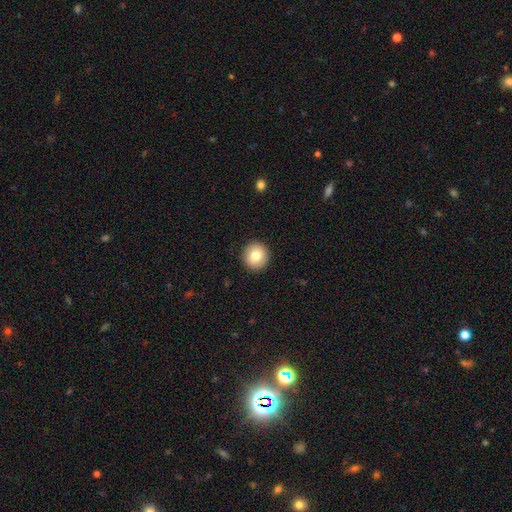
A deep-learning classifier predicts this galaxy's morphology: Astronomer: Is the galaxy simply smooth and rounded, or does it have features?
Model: smooth — 81%.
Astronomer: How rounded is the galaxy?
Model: round — 92%.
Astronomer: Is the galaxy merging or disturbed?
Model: none — 92%.